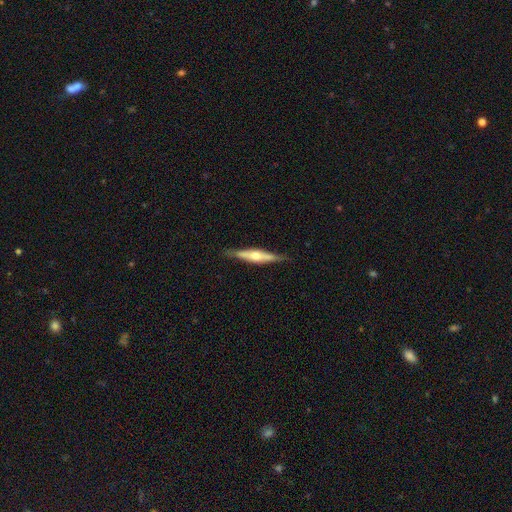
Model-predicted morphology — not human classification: type=featured or disk (64%); edge-on=yes (94%); edge-on bulge=rounded (86%); merging=none (85%).